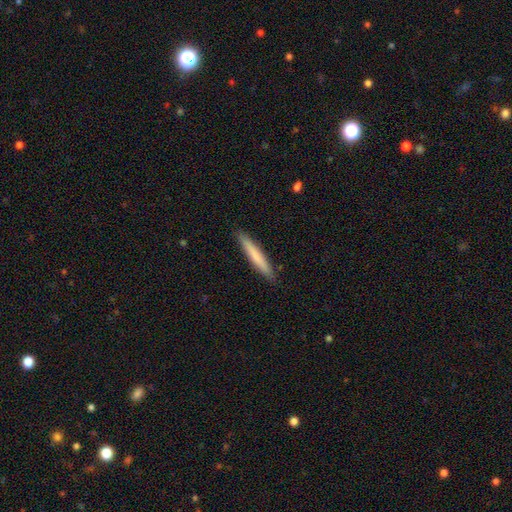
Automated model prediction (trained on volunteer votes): Smooth or featured?
  - smooth: 72% *
  - featured or disk: 22%
  - star or artifact: 5%
How rounded?
  - cigar-shaped: 96% *
  - in between: 3%
  - round: 1%
Merging?
  - none: 91% *
  - minor disturbance: 6%
  - major disturbance: 1%
  - merger: 1%